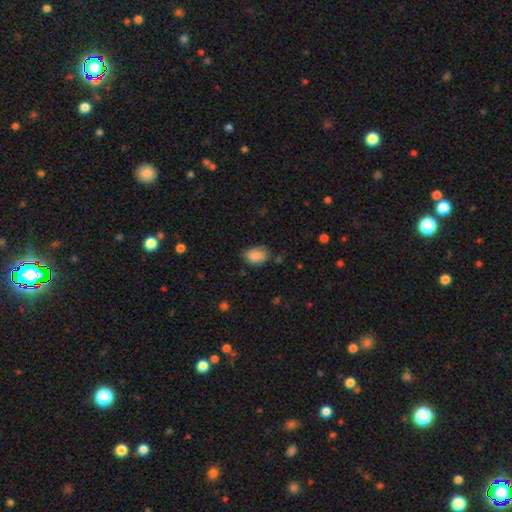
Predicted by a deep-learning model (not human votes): Morphology: type=smooth (85%); roundness=in between (80%); merging=none (67%).